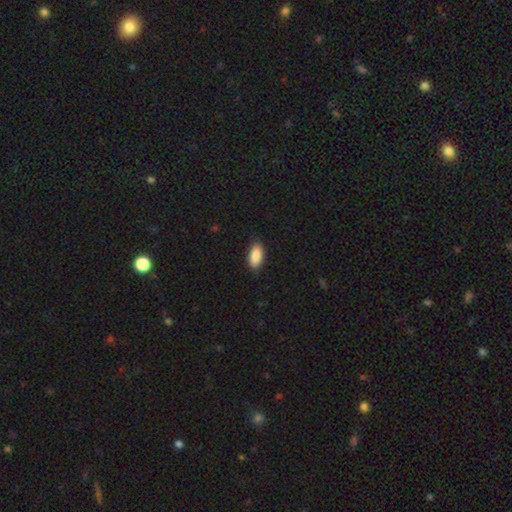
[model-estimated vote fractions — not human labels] This appears to be a smooth galaxy with no disk features (89%) that is in between round and cigar-shaped (88%). Merging: none (86%).